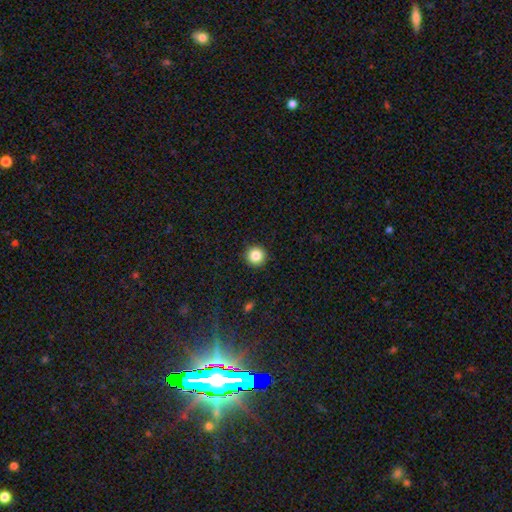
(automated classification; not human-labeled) smooth-or-featured: smooth: 85% | star or artifact: 10% | featured or disk: 5%
  how-rounded: round: 96% | in between: 3% | cigar-shaped: 1%
  merging: none: 92% | minor disturbance: 5% | major disturbance: 2% | merger: 1%